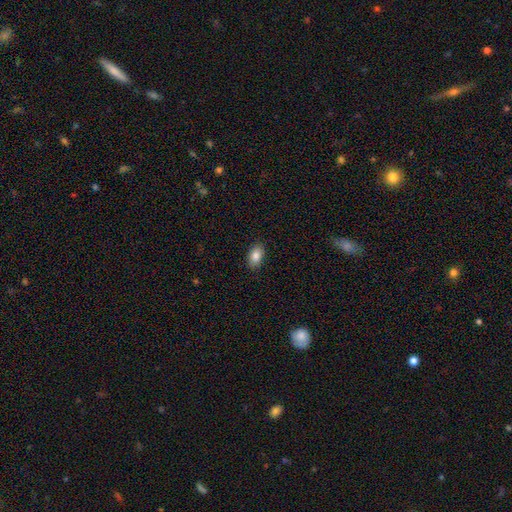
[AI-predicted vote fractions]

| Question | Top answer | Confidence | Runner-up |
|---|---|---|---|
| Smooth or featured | smooth | 85% | star or artifact (8%) |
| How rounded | in between | 89% | round (9%) |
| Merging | none | 87% | minor disturbance (10%) |